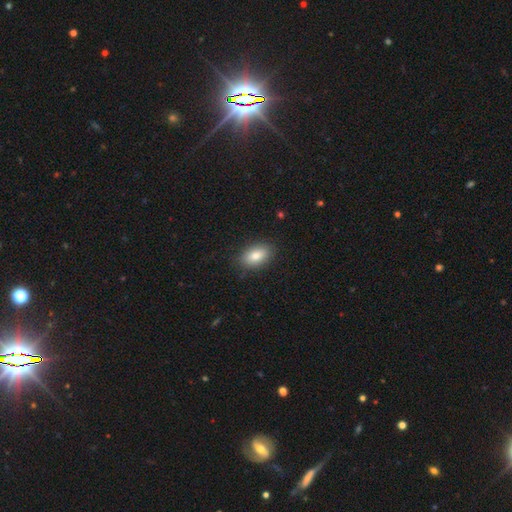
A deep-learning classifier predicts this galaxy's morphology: Smooth or featured? Predicted: smooth (p=0.82). How rounded? Predicted: in between (p=0.90). Merging? Predicted: none (p=0.86).